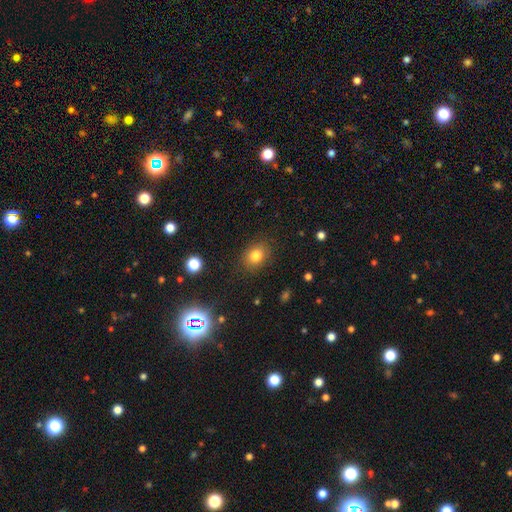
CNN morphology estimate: Smooth or featured? Predicted: smooth (p=0.80). How rounded? Predicted: round (p=0.52). Merging? Predicted: none (p=0.86).